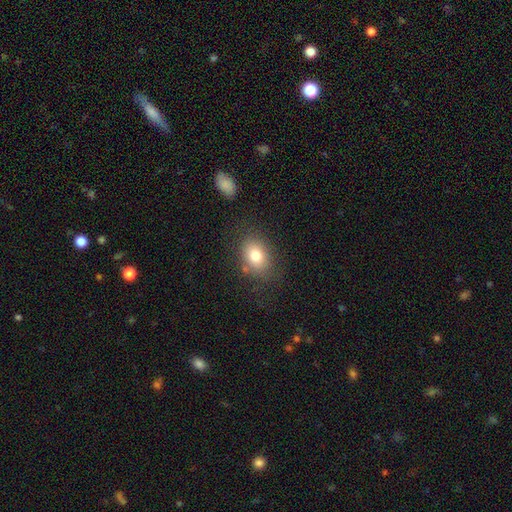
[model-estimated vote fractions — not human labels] Smooth or featured? Predicted: smooth (p=0.78). How rounded? Predicted: in between (p=0.65). Merging? Predicted: none (p=0.77).